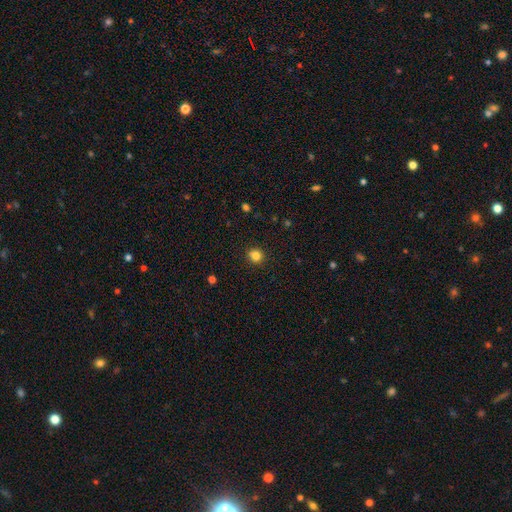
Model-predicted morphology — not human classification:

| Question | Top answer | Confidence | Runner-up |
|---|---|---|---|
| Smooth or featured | smooth | 83% | star or artifact (12%) |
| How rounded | round | 86% | in between (13%) |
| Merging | none | 91% | minor disturbance (6%) |